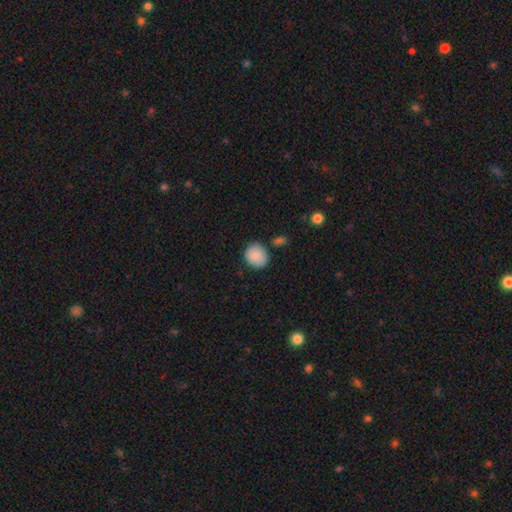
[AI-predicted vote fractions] A smooth galaxy with no disk features (87%) that is round (79%).

Vote fractions:
- Smooth or featured? smooth: 87% / star or artifact: 7% / featured or disk: 5%
- How rounded? round: 79% / in between: 20% / cigar-shaped: 1%
- Merging? none: 81% / minor disturbance: 12% / merger: 4% / major disturbance: 3%